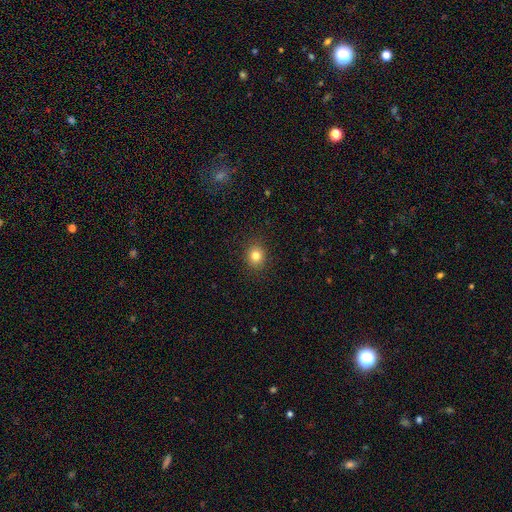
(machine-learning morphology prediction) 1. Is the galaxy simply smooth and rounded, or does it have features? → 81% smooth, 12% star or artifact, 6% featured or disk.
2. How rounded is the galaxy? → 75% round, 24% in between, 1% cigar-shaped.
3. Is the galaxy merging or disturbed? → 90% none, 7% minor disturbance, 2% major disturbance, 1% merger.